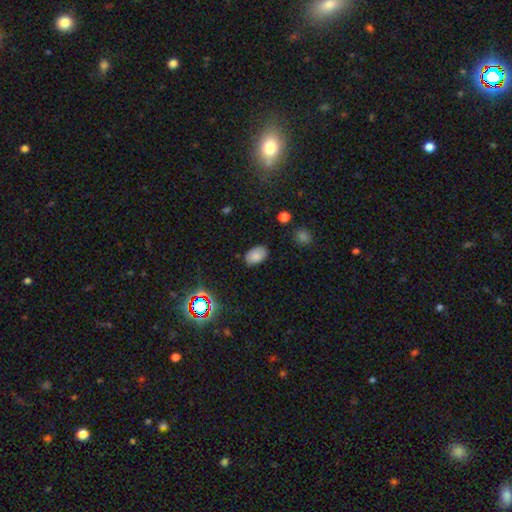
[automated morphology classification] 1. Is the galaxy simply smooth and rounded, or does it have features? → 81% smooth, 12% star or artifact, 8% featured or disk.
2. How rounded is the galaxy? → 91% in between, 7% round, 1% cigar-shaped.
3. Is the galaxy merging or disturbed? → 83% none, 13% minor disturbance, 3% major disturbance, 1% merger.